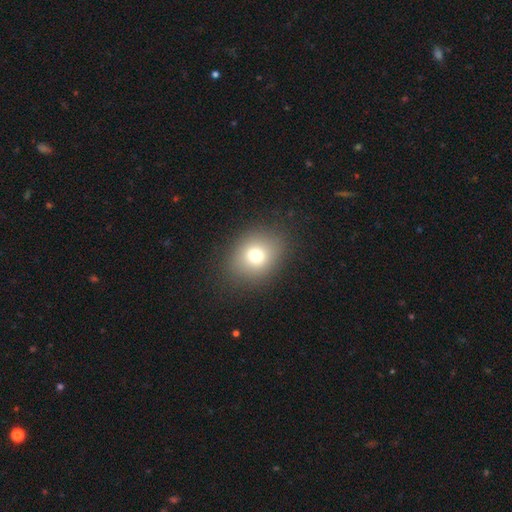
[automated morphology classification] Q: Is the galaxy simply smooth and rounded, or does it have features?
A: smooth — 74%.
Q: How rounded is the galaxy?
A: round — 58%.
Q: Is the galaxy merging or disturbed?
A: none — 87%.